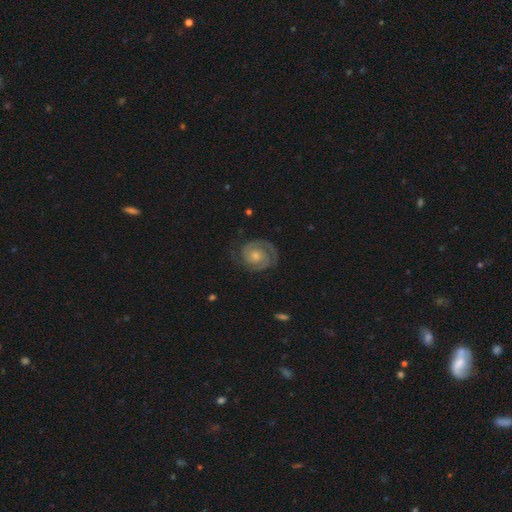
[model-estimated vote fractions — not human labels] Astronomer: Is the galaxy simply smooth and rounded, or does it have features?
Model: featured or disk — 88%.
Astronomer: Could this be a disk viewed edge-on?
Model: no — 98%.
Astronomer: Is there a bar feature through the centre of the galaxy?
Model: no — 74%.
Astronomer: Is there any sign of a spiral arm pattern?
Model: yes — 97%.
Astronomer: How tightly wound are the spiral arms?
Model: tight — 69%.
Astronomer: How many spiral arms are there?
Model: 2 — 80%.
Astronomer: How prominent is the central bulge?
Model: moderate — 46% (runner-up: small, 44%).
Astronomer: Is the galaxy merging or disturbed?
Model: none — 76%.